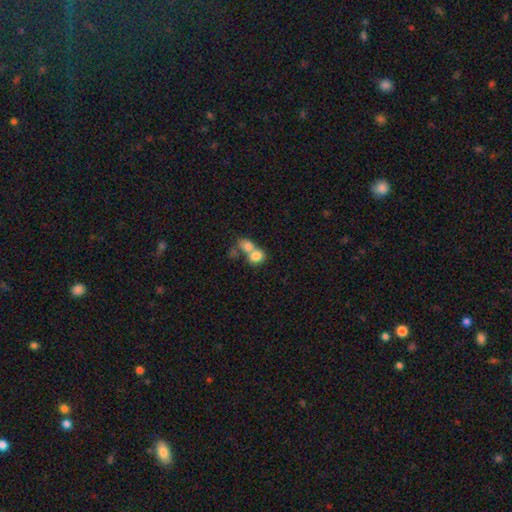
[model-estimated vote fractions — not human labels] smooth 77%, featured or disk 14%, star or artifact 9%. Down the decision tree: how rounded — round (53%); merging — merger (65%).